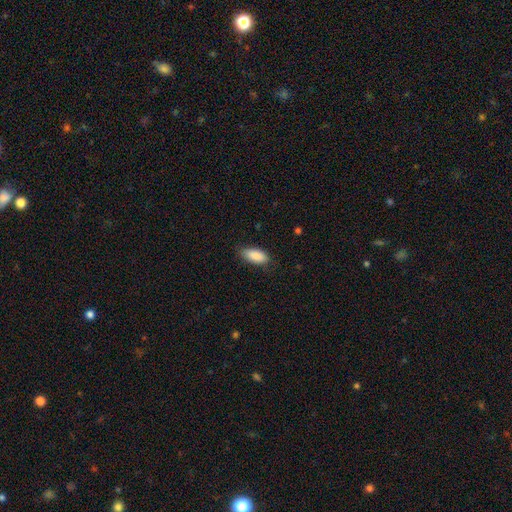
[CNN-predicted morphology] smooth-or-featured: smooth: 89% | star or artifact: 6% | featured or disk: 5%
  how-rounded: in between: 88% | cigar-shaped: 10% | round: 2%
  merging: none: 78% | minor disturbance: 18% | major disturbance: 3% | merger: 1%